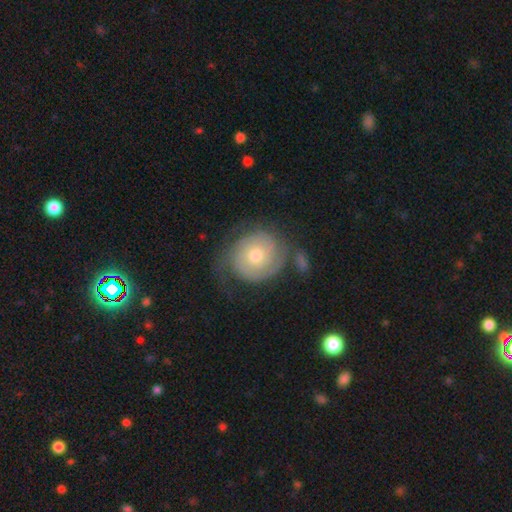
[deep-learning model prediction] The model was most divided on "bulge size": moderate: 60%, small: 33%, large: 4%, none: 1%, dominant: 1%. More confident: edge-on disk — no (98%); spiral arms — yes (91%); bar — no (79%); smooth or featured — featured or disk (74%); spiral winding — tight (65%); merging — none (60%); spiral arm count — 2 (54%).